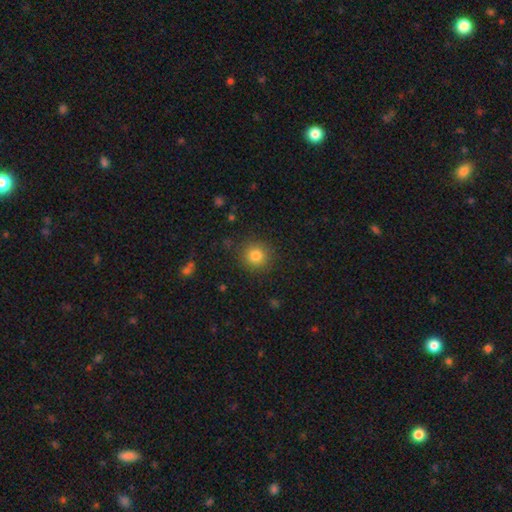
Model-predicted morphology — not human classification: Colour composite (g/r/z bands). It shows a smooth galaxy with no disk features (82%) that is round (92%). Merging: none (89%).